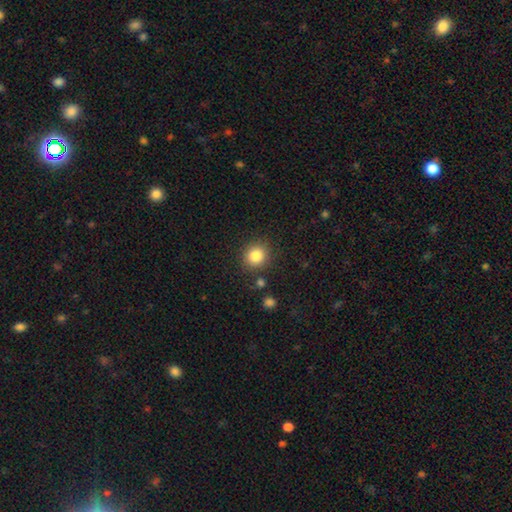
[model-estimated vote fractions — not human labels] The model was most divided on "how rounded": round: 85%, in between: 14%, cigar-shaped: 1%. More confident: merging — none (85%); smooth or featured — smooth (83%).